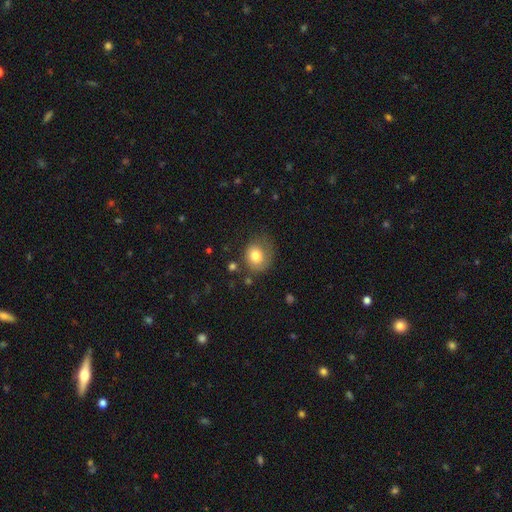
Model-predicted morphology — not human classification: This appears to be a smooth galaxy with no disk features (77%) that is round (70%). Merging: none (59%).